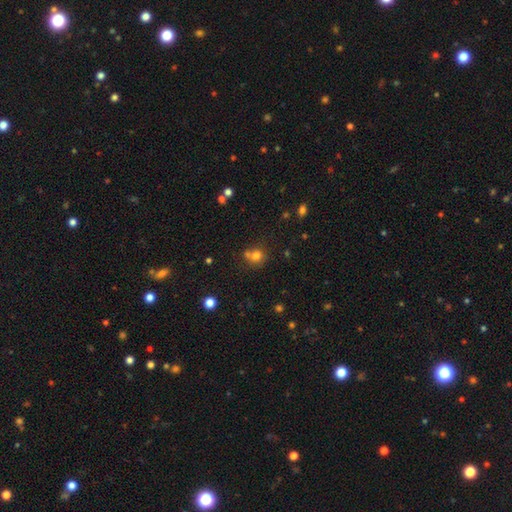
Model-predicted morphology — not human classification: This appears to be a smooth galaxy with no disk features (75%) that is round (79%). Merging: none (51%).